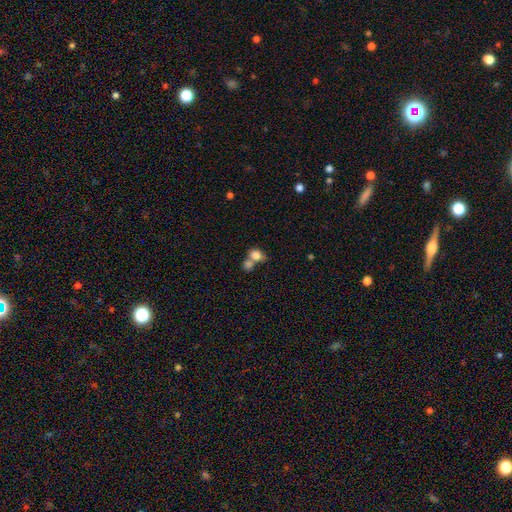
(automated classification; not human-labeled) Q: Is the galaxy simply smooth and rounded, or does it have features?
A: smooth — 80%.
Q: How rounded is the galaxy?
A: in between — 51%.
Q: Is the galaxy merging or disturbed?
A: merger — 57%.